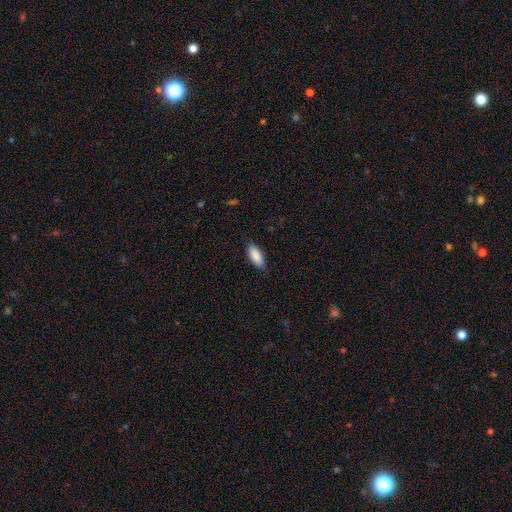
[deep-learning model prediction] Smooth or featured: smooth — 90% (star or artifact — 6%)
How rounded: in between — 84% (cigar-shaped — 14%)
Merging: none — 85% (minor disturbance — 12%)